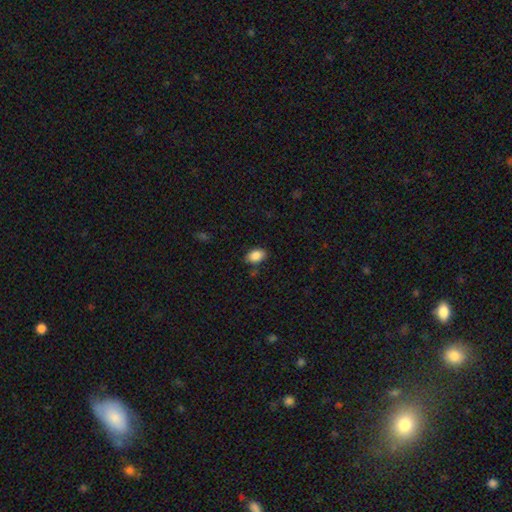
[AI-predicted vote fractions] A smooth galaxy with no disk features (87%) that is in between round and cigar-shaped (85%). Merging: none (78%).